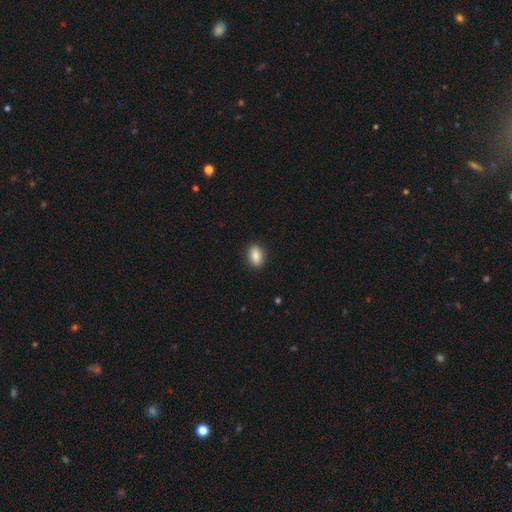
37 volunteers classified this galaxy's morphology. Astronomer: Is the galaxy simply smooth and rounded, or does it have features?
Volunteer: smooth — 92%.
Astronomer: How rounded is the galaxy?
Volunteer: in between — 85%.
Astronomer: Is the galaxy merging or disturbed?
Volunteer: none — 91%.